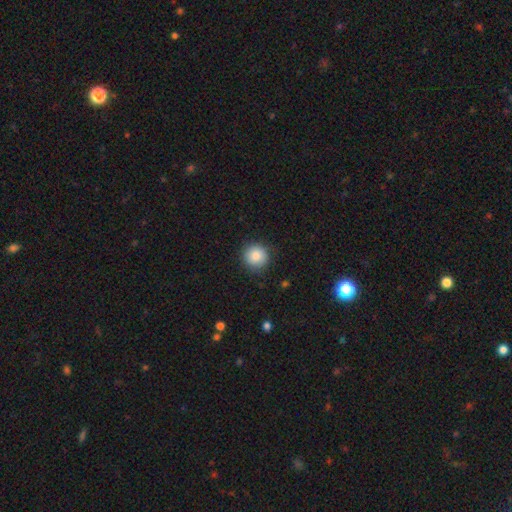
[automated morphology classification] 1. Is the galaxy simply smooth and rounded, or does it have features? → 85% smooth, 9% star or artifact, 6% featured or disk.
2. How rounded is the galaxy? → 94% round, 5% in between, 1% cigar-shaped.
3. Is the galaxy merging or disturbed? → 88% none, 8% minor disturbance, 2% major disturbance, 1% merger.